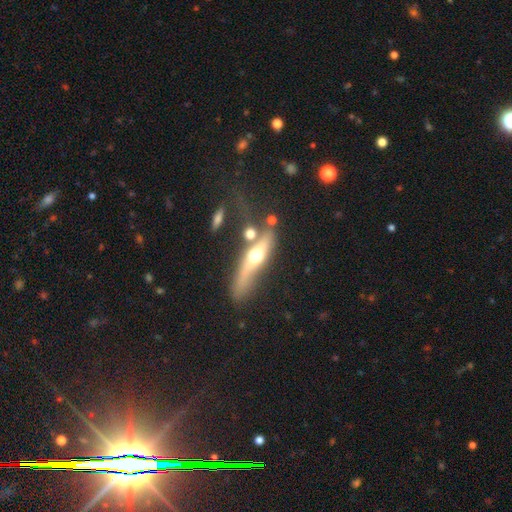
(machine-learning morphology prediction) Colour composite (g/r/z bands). It shows a featured or disk galaxy (58%) viewed edge-on (81%). Merging: none (55%).